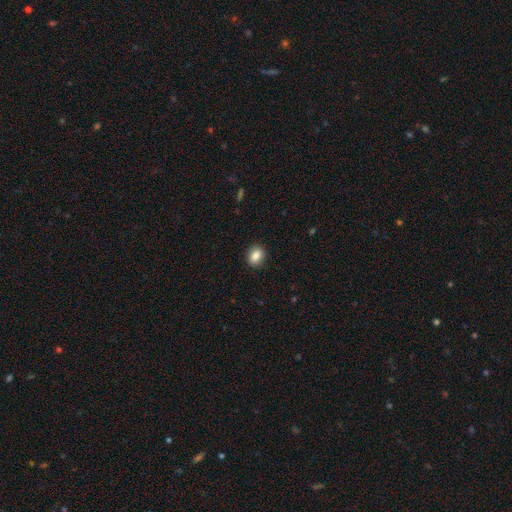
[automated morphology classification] This is clearly a smooth galaxy (85%). How rounded: possibly in between (55%). Merging: clearly none (89%).